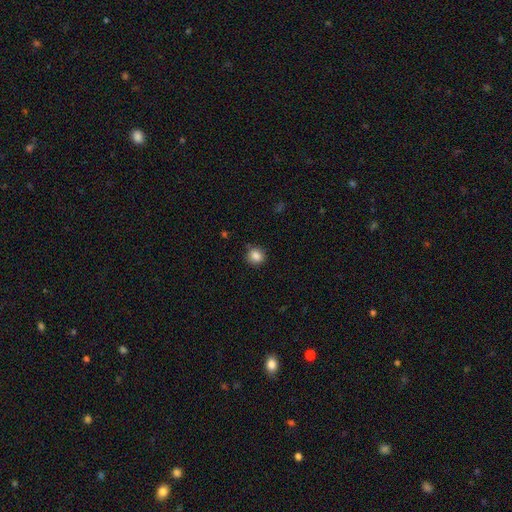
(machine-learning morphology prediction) smooth-or-featured: smooth: 86% | star or artifact: 10% | featured or disk: 4%
  how-rounded: round: 80% | in between: 19% | cigar-shaped: 1%
  merging: none: 83% | minor disturbance: 12% | major disturbance: 3% | merger: 2%